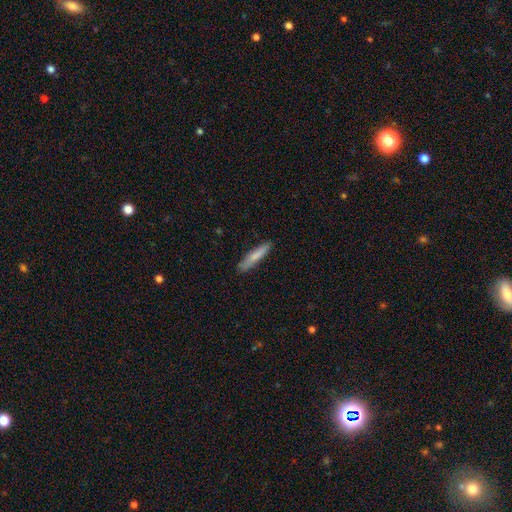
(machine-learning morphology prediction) A smooth galaxy with no disk features (77%) that is cigar-shaped (89%).

Vote fractions:
- Smooth or featured? smooth: 77% / featured or disk: 17% / star or artifact: 5%
- How rounded? cigar-shaped: 89% / in between: 9% / round: 1%
- Merging? none: 85% / minor disturbance: 12% / major disturbance: 2% / merger: 1%